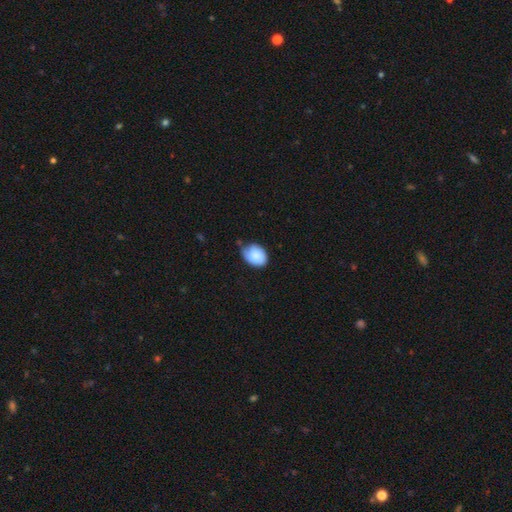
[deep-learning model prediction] Morphology: type=smooth (83%); roundness=in between (65%); merging=none (45%).